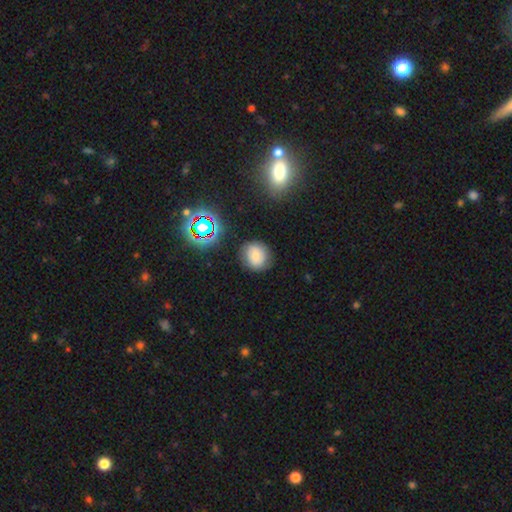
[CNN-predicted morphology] smooth_or_featured: smooth (p=0.66) [alt: featured or disk p=0.18]
how_rounded: round (p=0.83) [alt: in between p=0.16]
merging: none (p=0.82) [alt: minor disturbance p=0.12]